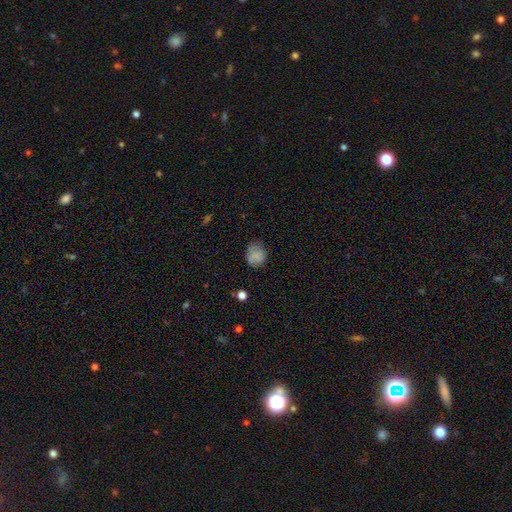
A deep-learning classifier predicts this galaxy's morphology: Smooth or featured?
  - smooth: 81% *
  - star or artifact: 10%
  - featured or disk: 9%
How rounded?
  - round: 73% *
  - in between: 26%
  - cigar-shaped: 1%
Merging?
  - none: 72% *
  - minor disturbance: 21%
  - major disturbance: 5%
  - merger: 2%